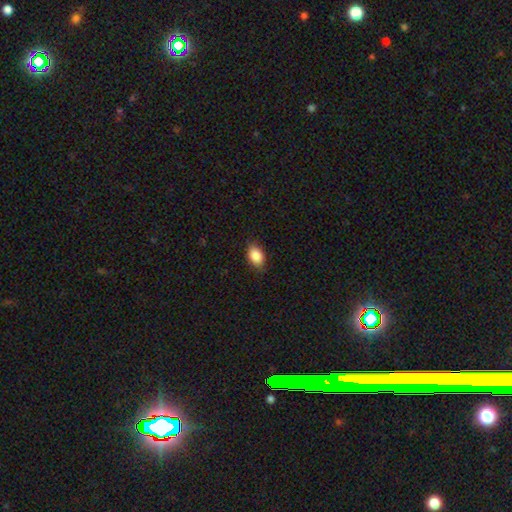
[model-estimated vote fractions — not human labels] Q: Smooth or featured?
A: smooth (88%); runner-up: star or artifact (8%)
Q: How rounded?
A: in between (83%); runner-up: round (15%)
Q: Merging?
A: none (82%); runner-up: minor disturbance (14%)